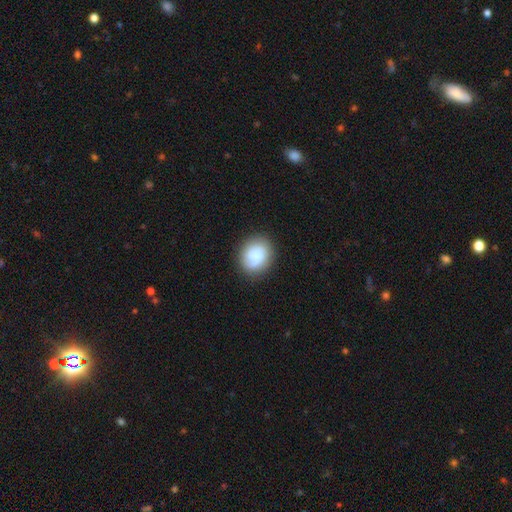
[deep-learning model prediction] This is likely a smooth galaxy (78%). How rounded: likely round (64%). Merging: clearly none (82%).